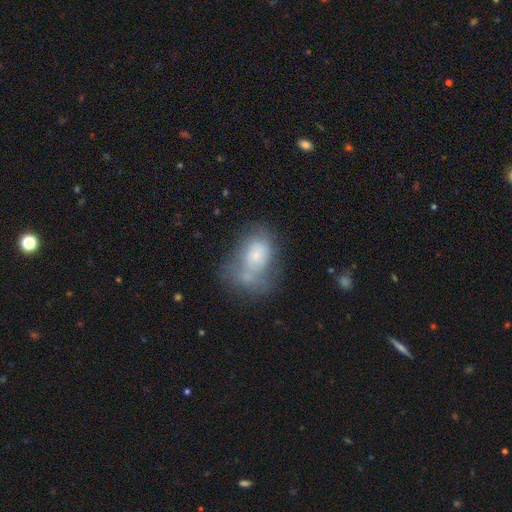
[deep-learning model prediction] The model was most divided on "merging": merger: 41%, none: 23%, major disturbance: 18%, minor disturbance: 18%. More confident: how rounded — in between (76%); smooth or featured — smooth (62%).